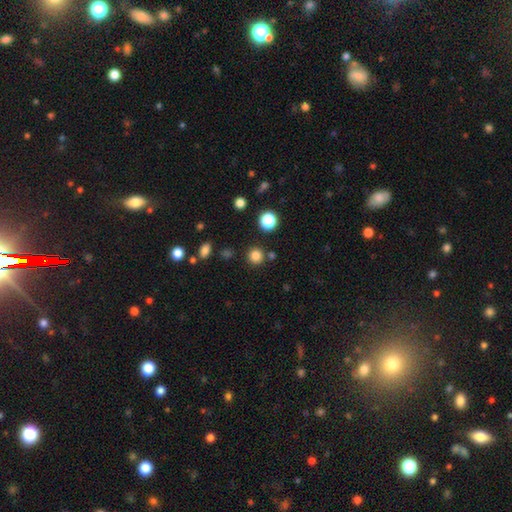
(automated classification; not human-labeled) This appears to be a smooth galaxy with no disk features (83%) that is round (94%). Merging: none (86%).